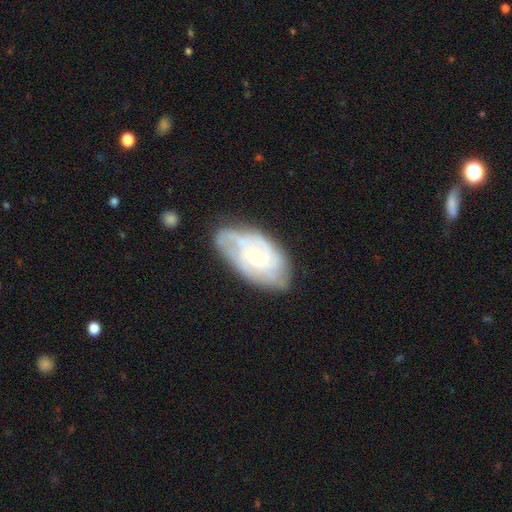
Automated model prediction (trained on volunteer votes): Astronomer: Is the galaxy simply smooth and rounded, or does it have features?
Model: featured or disk — 73%.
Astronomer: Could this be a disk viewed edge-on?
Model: no — 95%.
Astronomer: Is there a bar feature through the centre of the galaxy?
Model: no — 73%.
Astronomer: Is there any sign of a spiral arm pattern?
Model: yes — 87%.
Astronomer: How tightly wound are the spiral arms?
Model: tight — 59%.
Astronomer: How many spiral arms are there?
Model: can't tell — 45% (runner-up: 2, 21%).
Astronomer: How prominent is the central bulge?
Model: small — 65%.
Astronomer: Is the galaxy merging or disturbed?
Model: none — 65%.